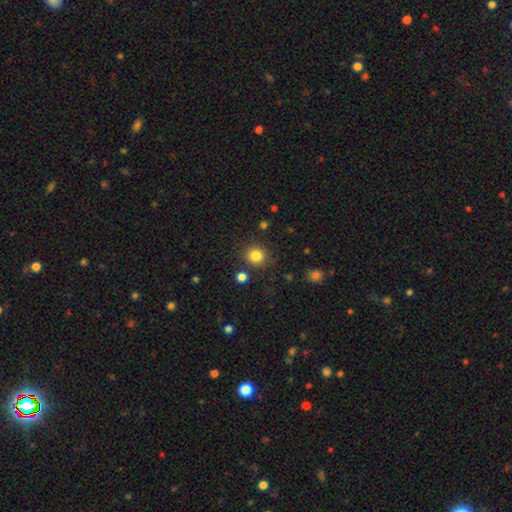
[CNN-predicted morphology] Smooth or featured: smooth — 83% (star or artifact — 12%)
How rounded: round — 90% (in between — 9%)
Merging: none — 86% (minor disturbance — 7%)